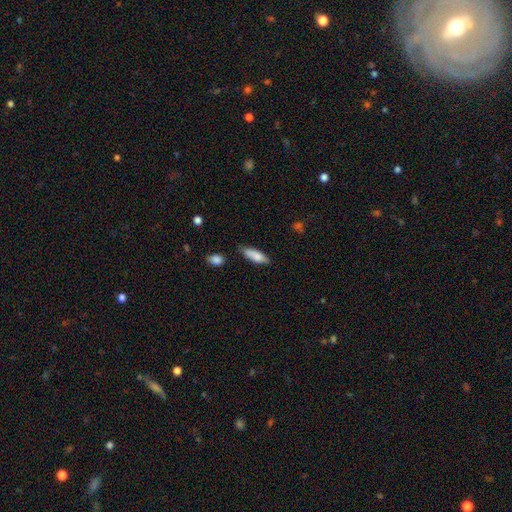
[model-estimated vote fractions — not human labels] Smooth or featured? Predicted: smooth (p=0.81). How rounded? Predicted: in between (p=0.59). Merging? Predicted: none (p=0.69).